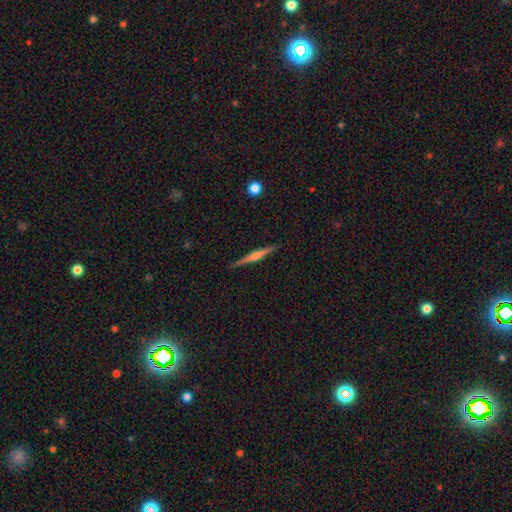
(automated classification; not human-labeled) The model was most divided on "smooth or featured": featured or disk: 70%, smooth: 23%, star or artifact: 7%. More confident: edge-on disk — yes (98%); merging — none (90%); edge-on bulge — rounded (70%).